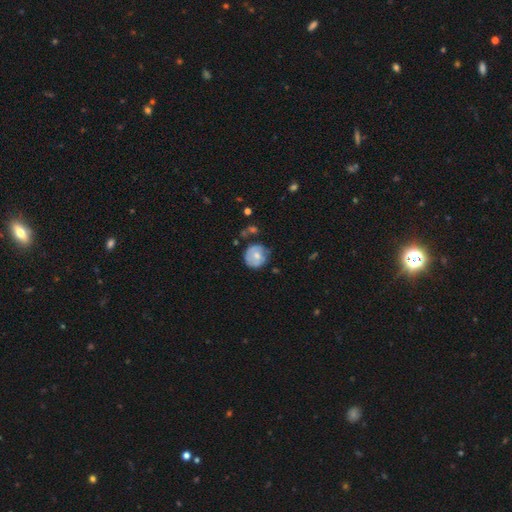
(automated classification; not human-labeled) smooth 52%, featured or disk 41%, star or artifact 7%. Down the decision tree: how rounded — round (84%); merging — none (58%).